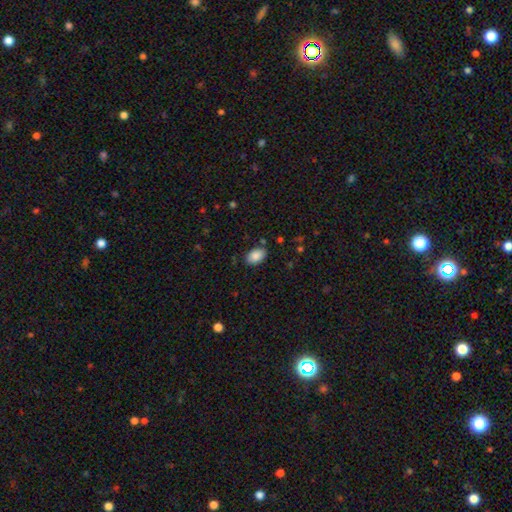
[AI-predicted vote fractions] Smooth or featured?
  - smooth: 88% *
  - star or artifact: 7%
  - featured or disk: 5%
How rounded?
  - in between: 89% *
  - round: 10%
  - cigar-shaped: 1%
Merging?
  - none: 84% *
  - minor disturbance: 12%
  - major disturbance: 3%
  - merger: 2%